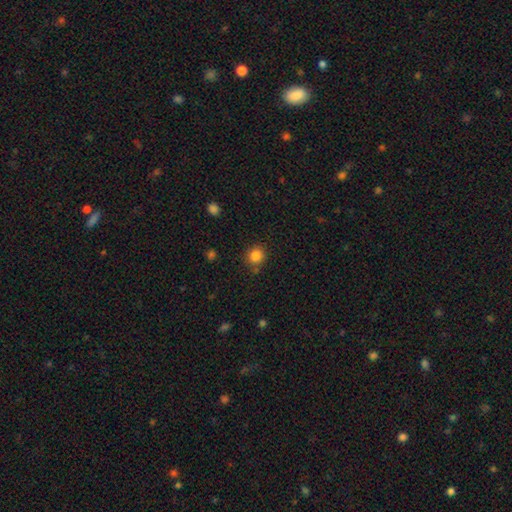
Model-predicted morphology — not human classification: Smooth or featured: smooth — 84% (star or artifact — 11%)
How rounded: round — 87% (in between — 12%)
Merging: none — 81% (minor disturbance — 11%)